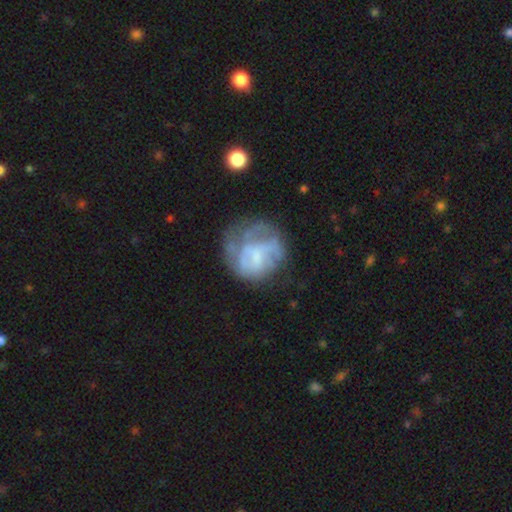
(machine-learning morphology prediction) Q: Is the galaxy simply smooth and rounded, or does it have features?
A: featured or disk — 55%.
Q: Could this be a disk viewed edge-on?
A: no — 98%.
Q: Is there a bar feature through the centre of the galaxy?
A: no — 69%.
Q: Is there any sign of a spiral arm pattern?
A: no — 61%.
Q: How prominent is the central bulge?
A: none — 47%.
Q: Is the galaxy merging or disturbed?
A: none — 41%.